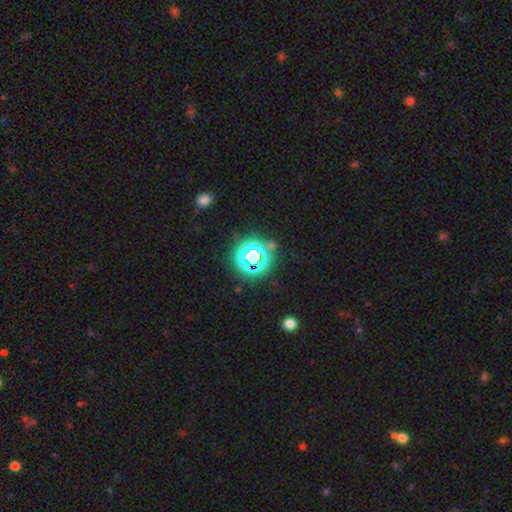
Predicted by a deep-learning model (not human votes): smooth_or_featured: star or artifact (p=0.72) [alt: smooth p=0.18]